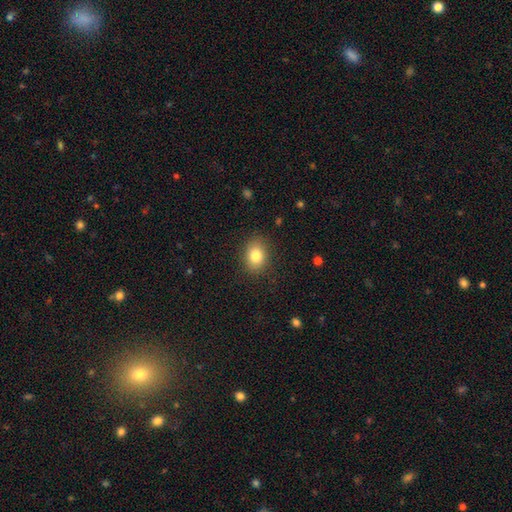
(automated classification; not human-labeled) Smooth or featured? Predicted: smooth (p=0.82). How rounded? Predicted: in between (p=0.63). Merging? Predicted: none (p=0.86).